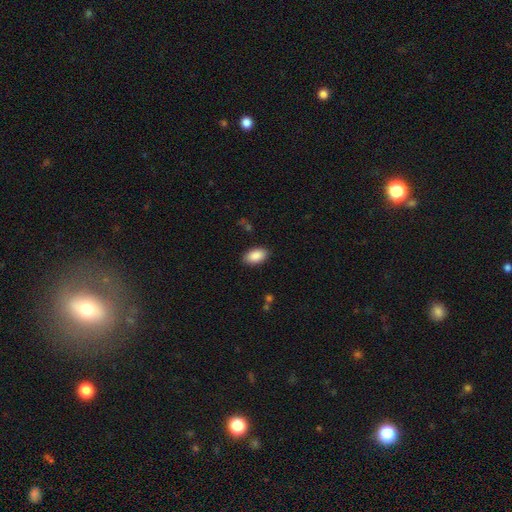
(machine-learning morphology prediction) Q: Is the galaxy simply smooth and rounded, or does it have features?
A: smooth — 89%.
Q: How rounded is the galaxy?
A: in between — 94%.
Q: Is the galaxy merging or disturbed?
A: none — 87%.